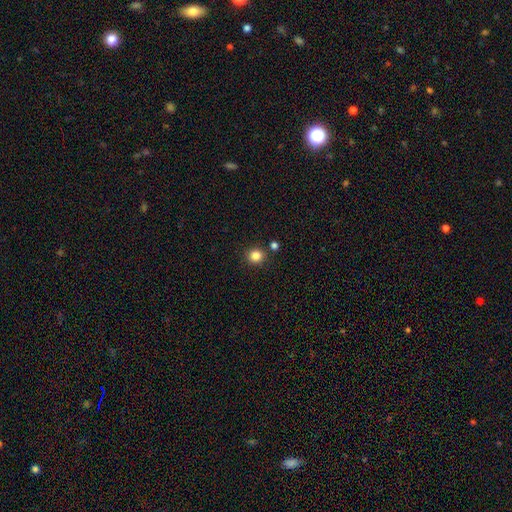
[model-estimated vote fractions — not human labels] smooth 84%, star or artifact 12%, featured or disk 4%. Down the decision tree: how rounded — round (88%); merging — none (85%).